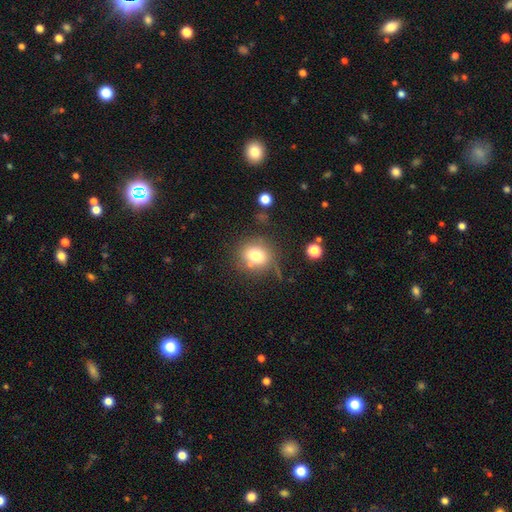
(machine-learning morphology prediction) Overall: smooth (75%). How rounded: round (72%). Merging: none (68%).